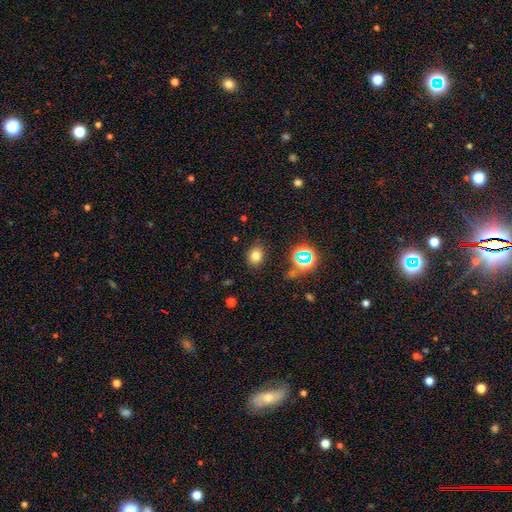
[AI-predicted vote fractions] Overall: smooth (74%). How rounded: round (57%; in between 42%). Merging: none (85%).